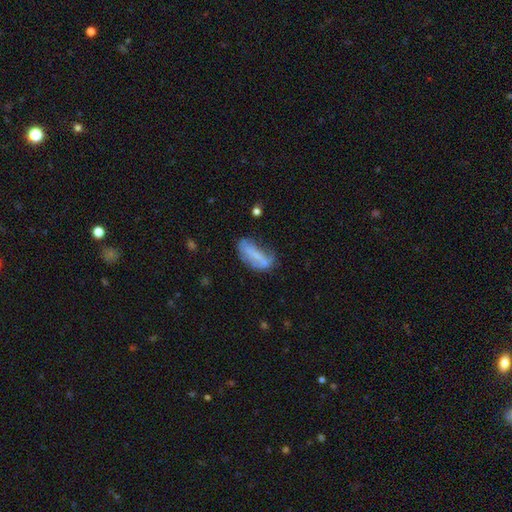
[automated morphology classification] Smooth or featured? smooth (50%)
How rounded? in between (65%)
Merging? none (38%)